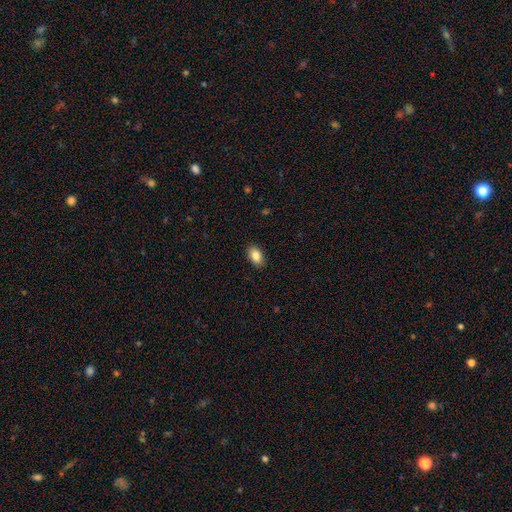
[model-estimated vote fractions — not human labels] Smooth or featured? Predicted: smooth (p=0.86). How rounded? Predicted: in between (p=0.91). Merging? Predicted: none (p=0.90).